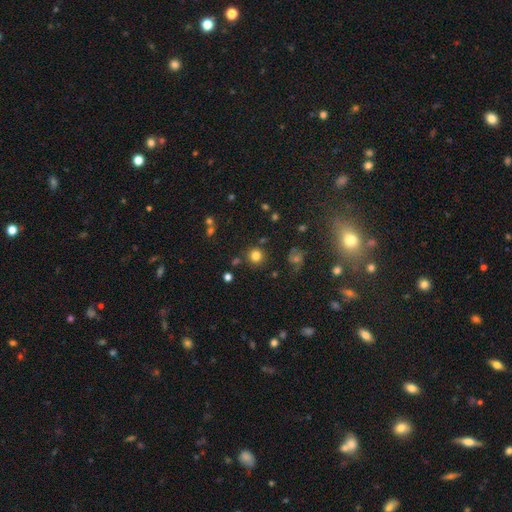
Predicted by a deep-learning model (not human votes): Morphology: type=smooth (79%); roundness=round (93%); merging=none (85%).